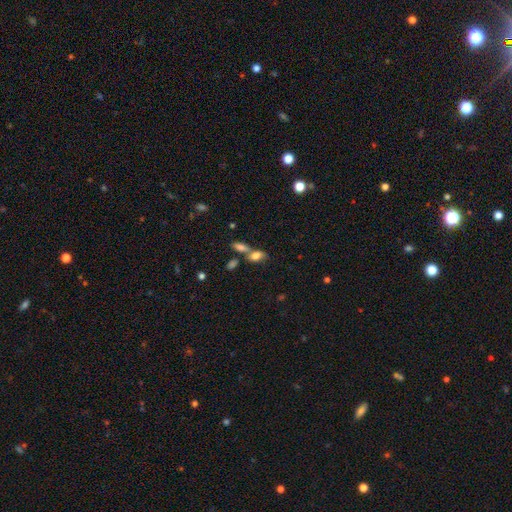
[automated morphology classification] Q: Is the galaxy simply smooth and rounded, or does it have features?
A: smooth — 75%.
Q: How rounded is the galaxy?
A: in between — 84%.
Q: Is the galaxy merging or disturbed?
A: merger — 43%.